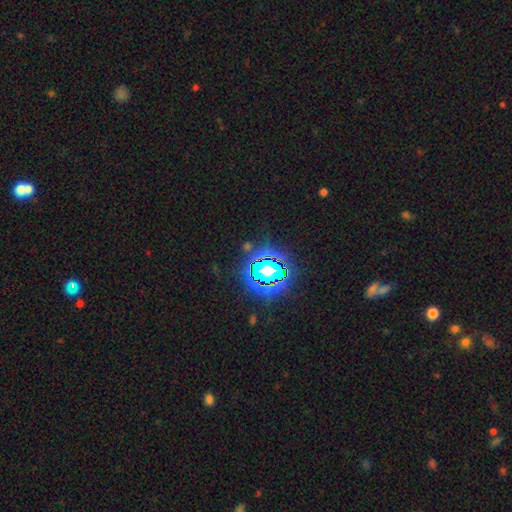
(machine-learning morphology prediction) Smooth or featured?
  - star or artifact: 81% *
  - smooth: 12%
  - featured or disk: 7%